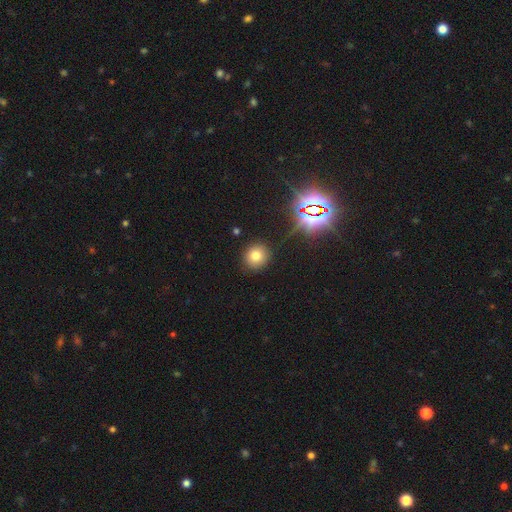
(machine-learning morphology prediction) type=smooth (73%); roundness=round (88%); merging=none (89%).